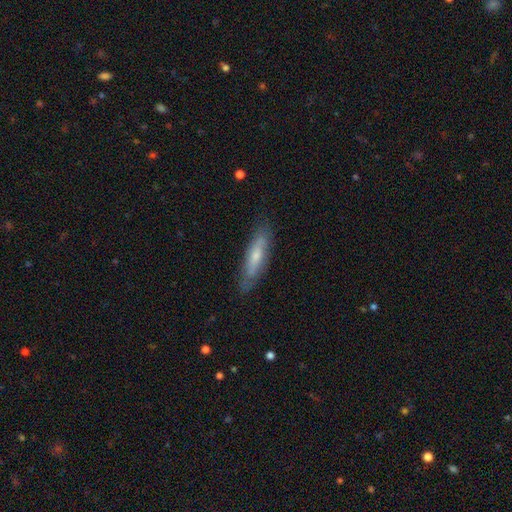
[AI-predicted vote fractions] This is possibly a smooth galaxy (50%). Merging: likely none (78%).